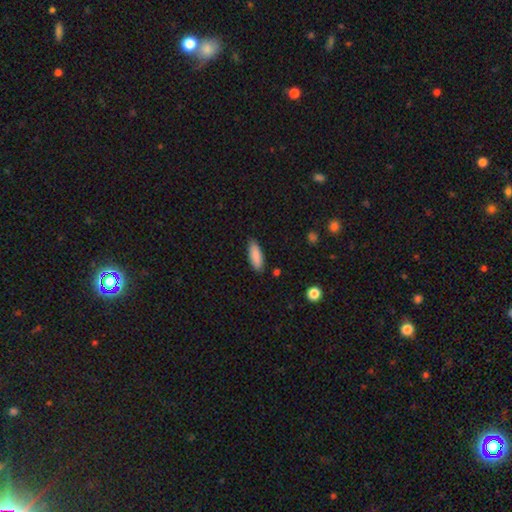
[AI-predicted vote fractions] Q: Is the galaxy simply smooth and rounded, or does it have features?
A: smooth — 88%.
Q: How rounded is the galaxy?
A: in between — 64%.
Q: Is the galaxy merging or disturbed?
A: none — 87%.